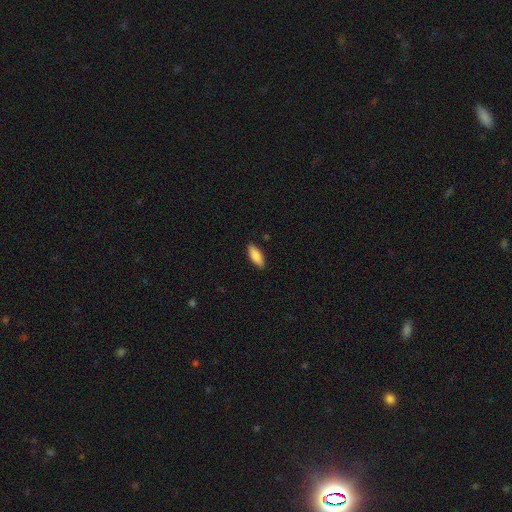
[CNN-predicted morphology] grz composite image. It shows a smooth galaxy with no disk features (86%) that is in between round and cigar-shaped (73%). Merging: none (88%).